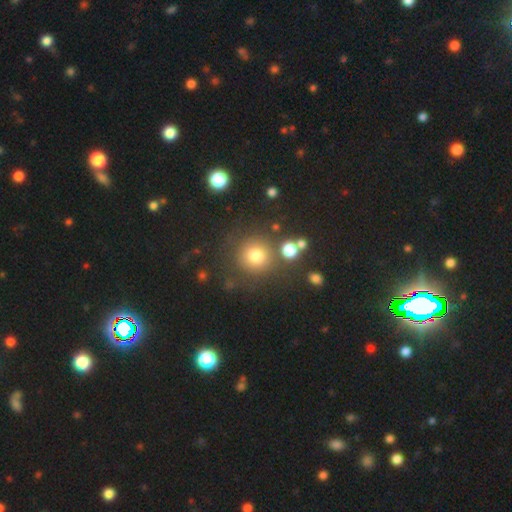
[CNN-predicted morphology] smooth 77%, star or artifact 15%, featured or disk 8%. Down the decision tree: how rounded — round (93%); merging — none (75%).